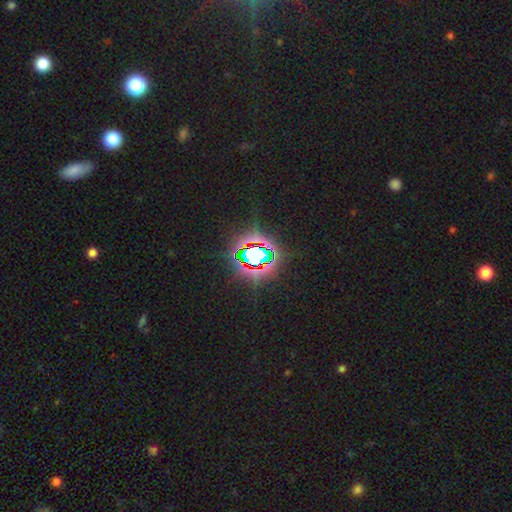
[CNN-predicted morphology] Smooth or featured? star or artifact (75%)